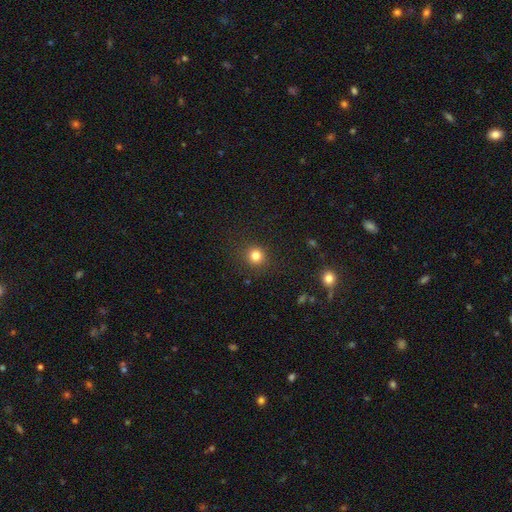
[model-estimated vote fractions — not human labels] This appears to be a smooth galaxy with no disk features (82%) that is round (91%). Merging: none (89%).